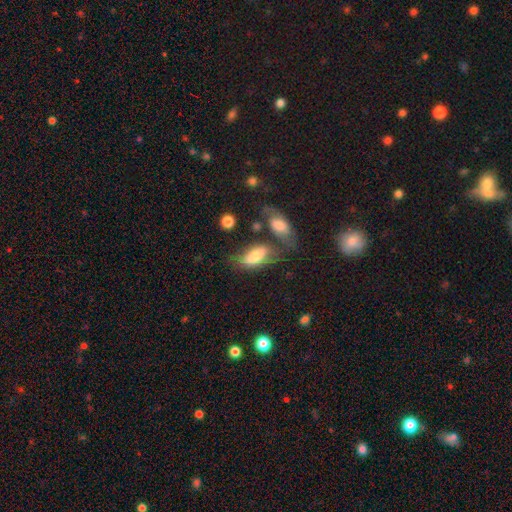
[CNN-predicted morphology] smooth-or-featured: smooth: 64% | featured or disk: 28% | star or artifact: 8%
  how-rounded: in between: 86% | cigar-shaped: 10% | round: 4%
  merging: none: 42% | minor disturbance: 23% | merger: 20% | major disturbance: 15%